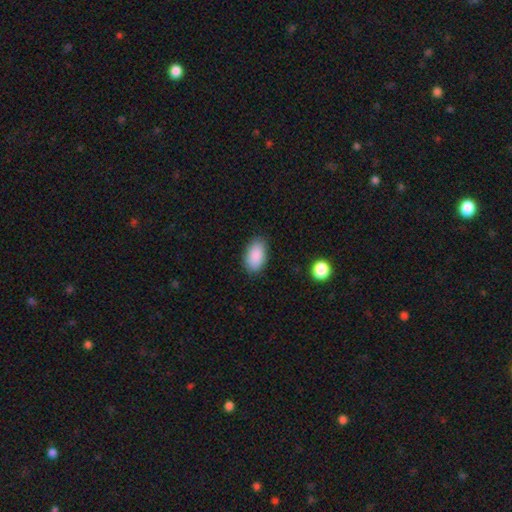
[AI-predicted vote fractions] This appears to be a smooth galaxy with no disk features (89%) that is in between round and cigar-shaped (94%). Merging: none (86%).